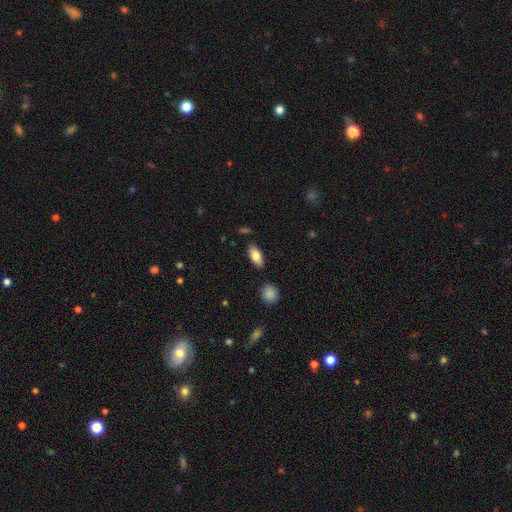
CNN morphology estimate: smooth-or-featured: smooth: 81% | featured or disk: 12% | star or artifact: 7%
  how-rounded: in between: 90% | cigar-shaped: 8% | round: 3%
  merging: none: 84% | minor disturbance: 11% | merger: 3% | major disturbance: 2%